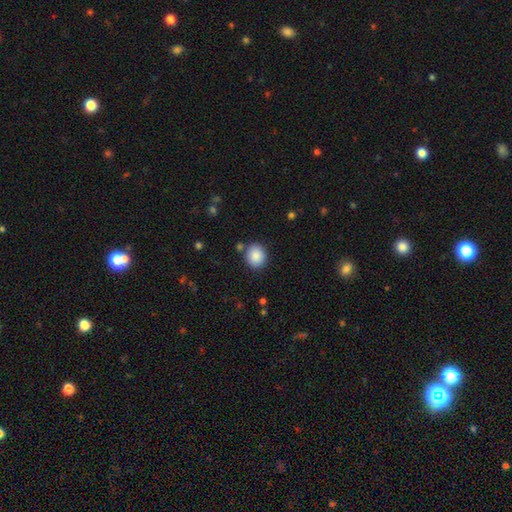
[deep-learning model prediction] Smooth or featured?
  - smooth: 88% *
  - star or artifact: 8%
  - featured or disk: 4%
How rounded?
  - round: 69% *
  - in between: 30%
  - cigar-shaped: 1%
Merging?
  - none: 82% *
  - minor disturbance: 10%
  - merger: 5%
  - major disturbance: 3%